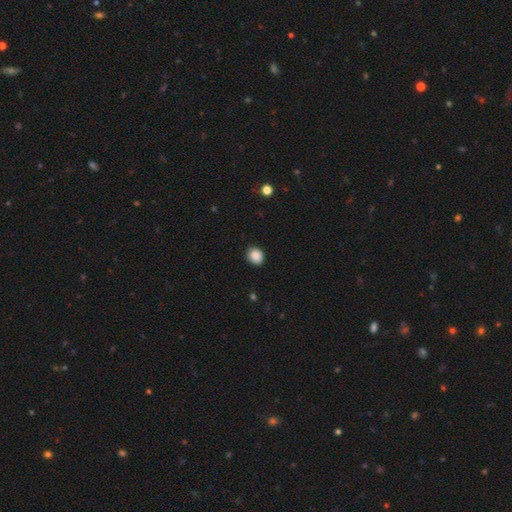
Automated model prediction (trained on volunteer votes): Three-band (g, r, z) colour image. It shows a smooth galaxy with no disk features (88%) that is round (72%). Merging: none (88%).